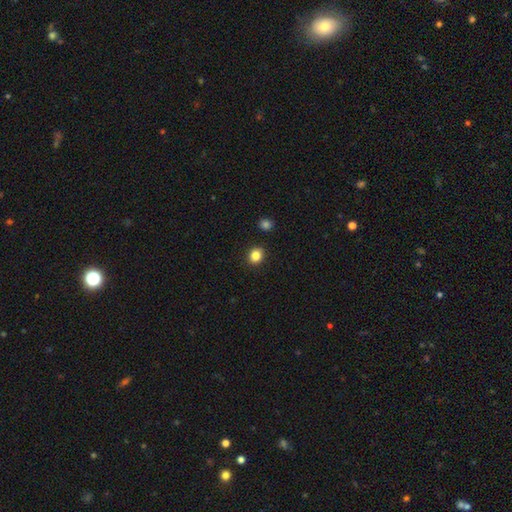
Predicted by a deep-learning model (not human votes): Morphology: type=smooth (85%); roundness=round (72%); merging=none (91%).